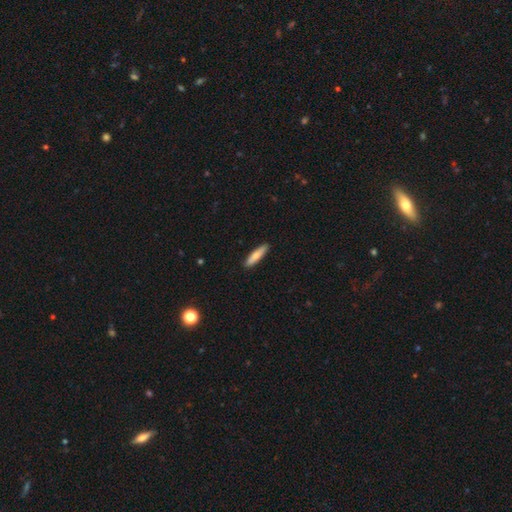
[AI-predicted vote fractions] smooth_or_featured: smooth (p=0.76) [alt: featured or disk p=0.19]
how_rounded: cigar-shaped (p=0.78) [alt: in between p=0.20]
merging: none (p=0.90) [alt: minor disturbance p=0.07]